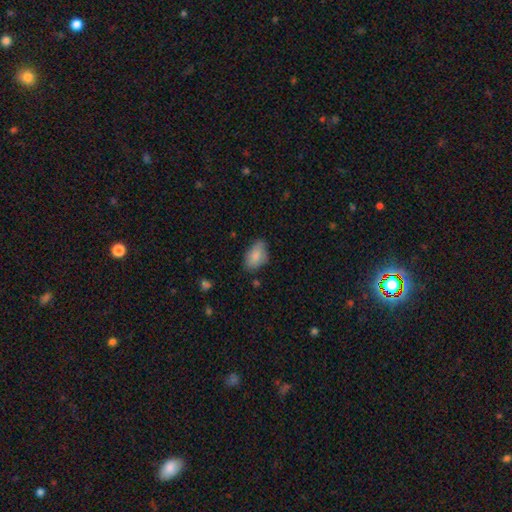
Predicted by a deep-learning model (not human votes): smooth-or-featured: smooth: 83% | featured or disk: 10% | star or artifact: 7%
  how-rounded: in between: 91% | round: 7% | cigar-shaped: 2%
  merging: none: 64% | minor disturbance: 29% | major disturbance: 6% | merger: 2%